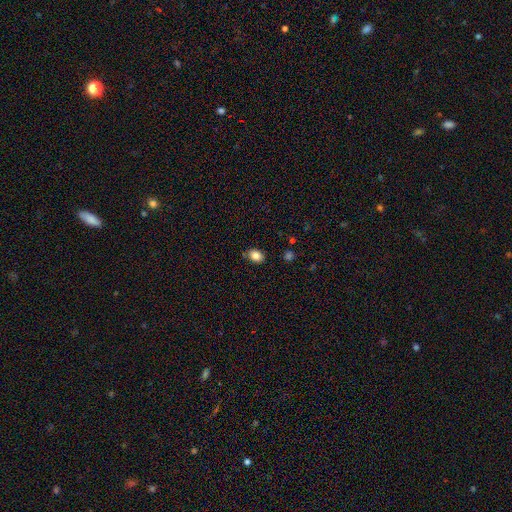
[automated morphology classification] Smooth or featured?
  - smooth: 84% *
  - star or artifact: 10%
  - featured or disk: 7%
How rounded?
  - in between: 66% *
  - round: 32%
  - cigar-shaped: 1%
Merging?
  - none: 82% *
  - minor disturbance: 13%
  - merger: 3%
  - major disturbance: 2%